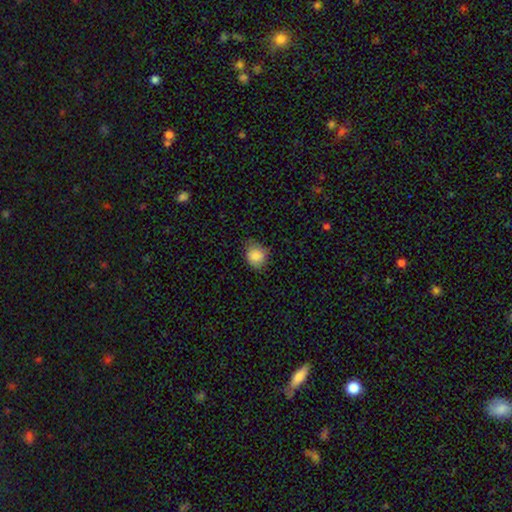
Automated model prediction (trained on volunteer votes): Morphology: type=smooth (85%); roundness=round (65%); merging=none (67%).